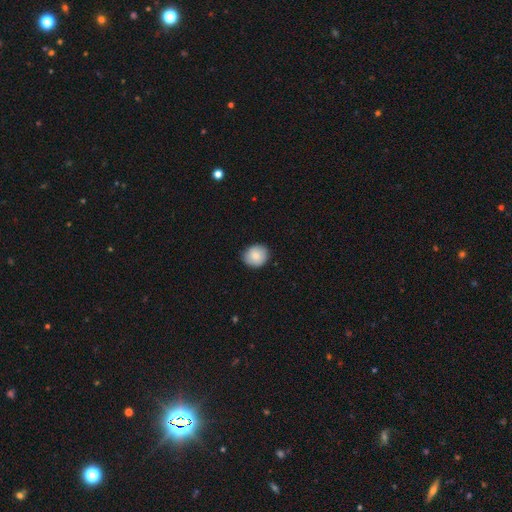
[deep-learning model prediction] This appears to be a smooth galaxy with no disk features (84%) that is round (79%). Merging: none (86%).